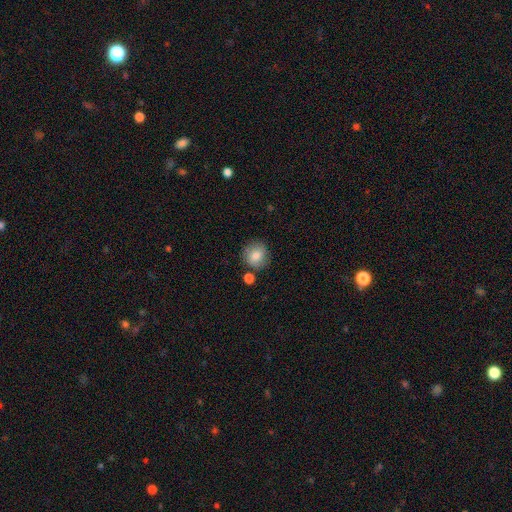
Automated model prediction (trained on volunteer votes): Smooth or featured? smooth (80%)
How rounded? round (86%)
Merging? none (76%)